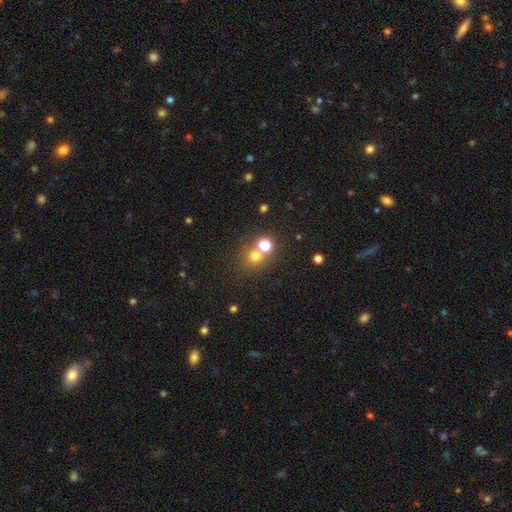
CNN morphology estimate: Smooth or featured?
  - smooth: 68% *
  - star or artifact: 22%
  - featured or disk: 10%
How rounded?
  - round: 87% *
  - in between: 12%
  - cigar-shaped: 1%
Merging?
  - none: 58% *
  - merger: 32%
  - minor disturbance: 7%
  - major disturbance: 4%